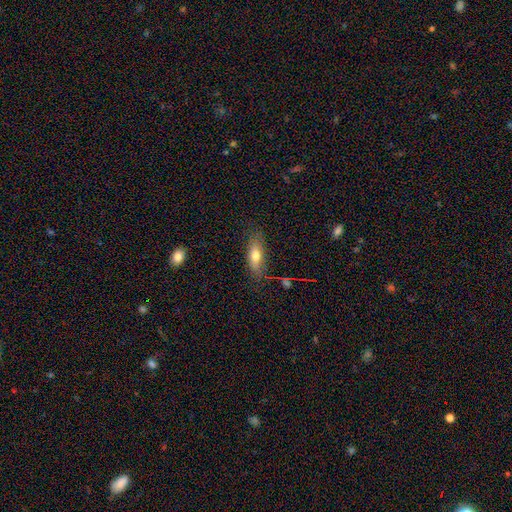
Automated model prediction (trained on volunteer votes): A smooth galaxy with no disk features (69%) that is in between round and cigar-shaped (65%).

Vote fractions:
- Smooth or featured? smooth: 69% / featured or disk: 23% / star or artifact: 8%
- How rounded? in between: 65% / cigar-shaped: 30% / round: 4%
- Merging? none: 76% / minor disturbance: 17% / major disturbance: 5% / merger: 2%